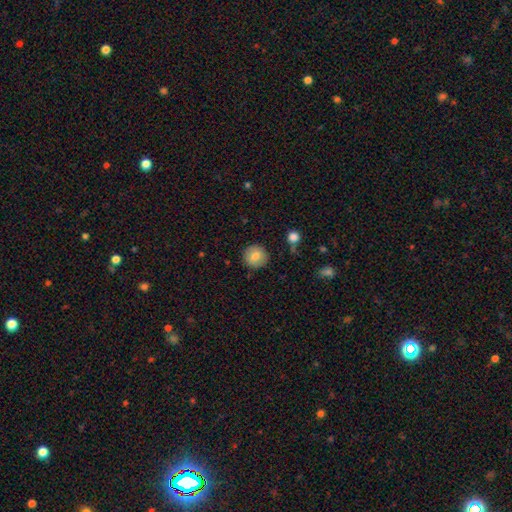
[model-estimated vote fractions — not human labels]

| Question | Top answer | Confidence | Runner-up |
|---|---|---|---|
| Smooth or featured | smooth | 82% | featured or disk (10%) |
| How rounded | round | 93% | in between (6%) |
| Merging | none | 88% | minor disturbance (9%) |